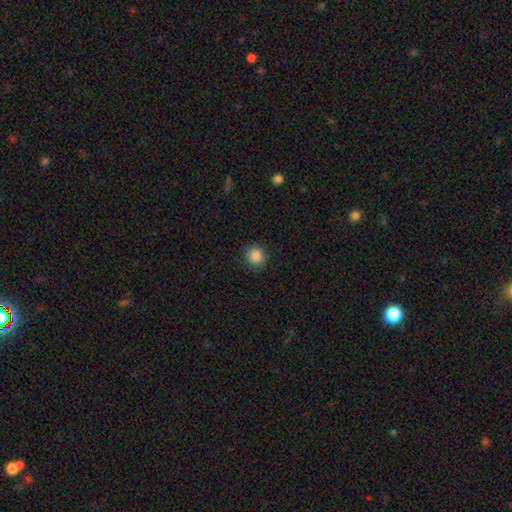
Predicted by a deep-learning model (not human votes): Overall: smooth (87%). How rounded: round (91%). Merging: none (90%).